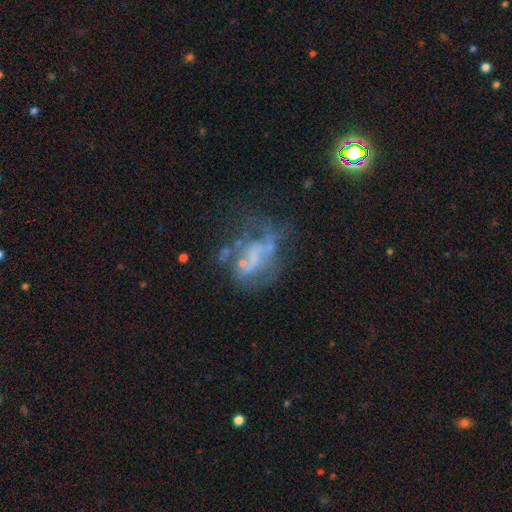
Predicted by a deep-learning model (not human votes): Overall: featured or disk (62%). Edge-on disk: no (97%). Bar: no (76%). Spiral arms: no (80%). Bulge size: none (63%). Merging: major disturbance (35%; none 34%).